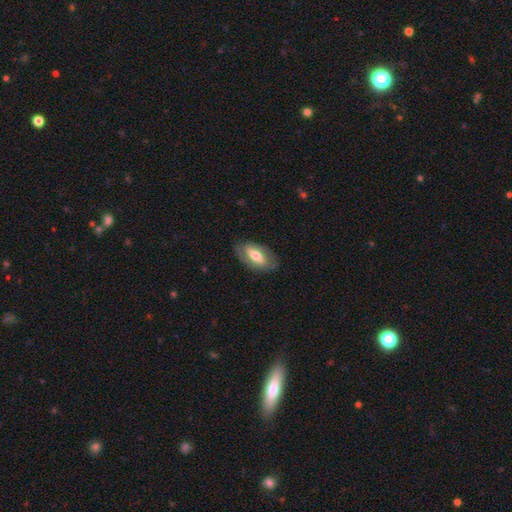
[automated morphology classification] Smooth or featured? featured or disk (53%)
Edge-on disk? no (82%)
Merging? none (81%)